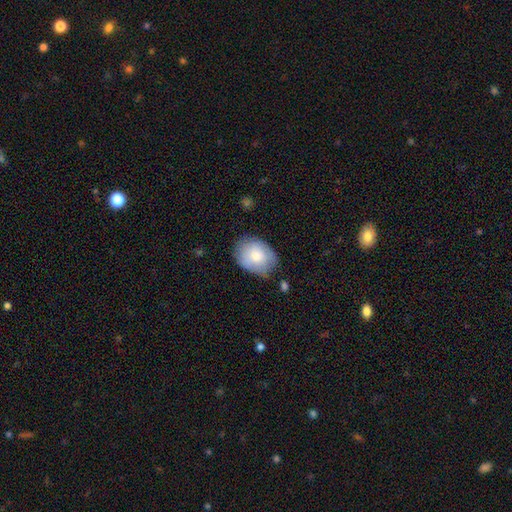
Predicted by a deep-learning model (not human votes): This is likely a smooth galaxy (76%). How rounded: likely in between (65%). Merging: likely none (70%).